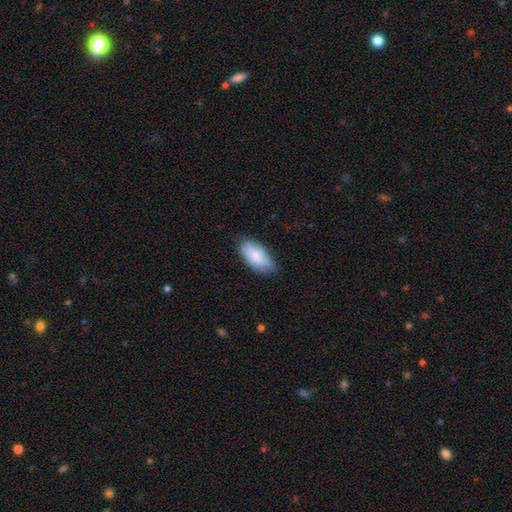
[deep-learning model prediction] This appears to be a smooth galaxy with no disk features (82%) that is in between round and cigar-shaped (92%). Merging: none (76%).